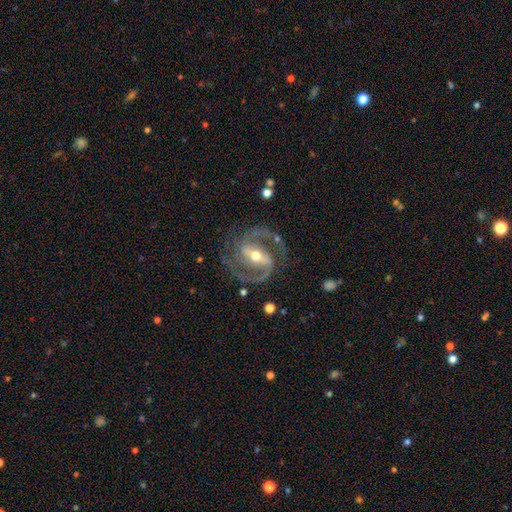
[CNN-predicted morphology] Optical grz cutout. It shows a featured or disk galaxy (92%) with a strong bar (60%), 2 (89%) medium (62%) spiral arms (98%) and a moderate central bulge (59%). Merging: none (79%).